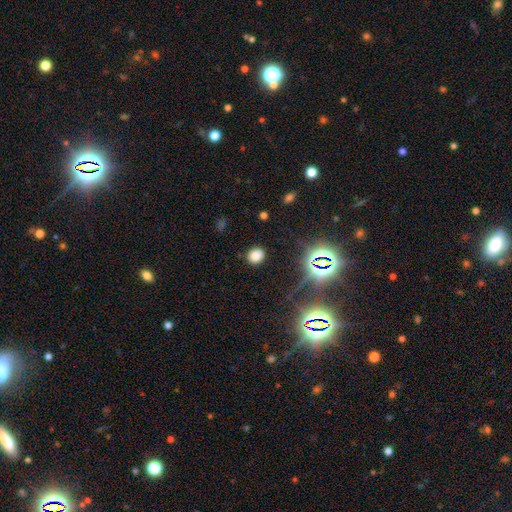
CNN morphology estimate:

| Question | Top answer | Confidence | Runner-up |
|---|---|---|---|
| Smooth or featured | smooth | 74% | star or artifact (20%) |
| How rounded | round | 73% | in between (25%) |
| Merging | none | 87% | minor disturbance (9%) |